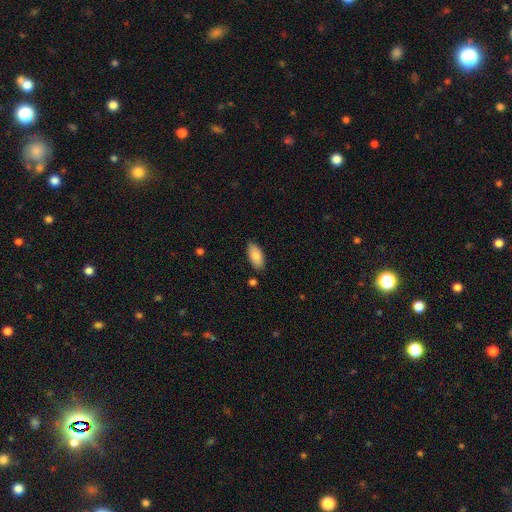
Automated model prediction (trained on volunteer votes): A smooth galaxy with no disk features (85%) that is in between round and cigar-shaped (90%).

Vote fractions:
- Smooth or featured? smooth: 85% / featured or disk: 8% / star or artifact: 6%
- How rounded? in between: 90% / cigar-shaped: 9% / round: 2%
- Merging? none: 85% / minor disturbance: 11% / major disturbance: 2% / merger: 2%